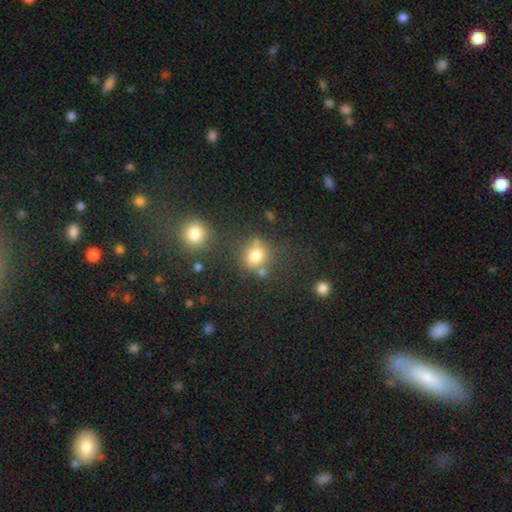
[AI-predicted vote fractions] This appears to be a smooth galaxy with no disk features (76%) that is round (74%). Merging: none (62%).